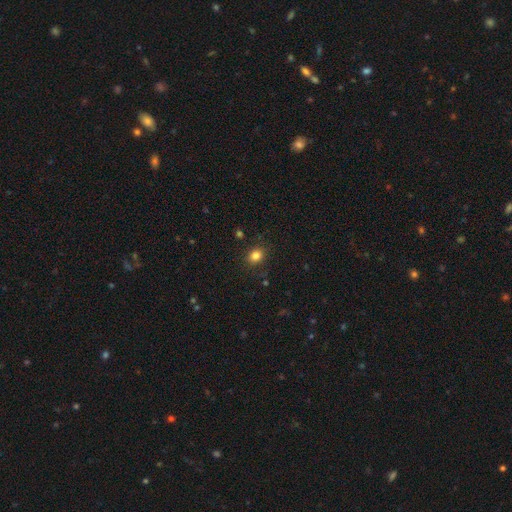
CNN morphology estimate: Overall: smooth (83%). How rounded: round (57%; in between 42%). Merging: none (86%).